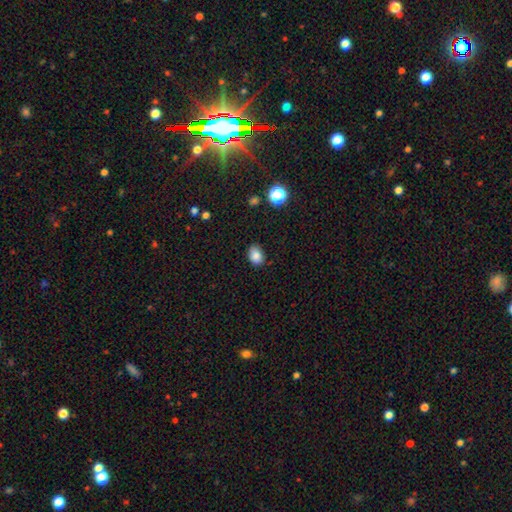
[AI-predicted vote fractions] smooth_or_featured: smooth (p=0.85) [alt: star or artifact p=0.10]
how_rounded: in between (p=0.75) [alt: round p=0.24]
merging: none (p=0.81) [alt: minor disturbance p=0.14]